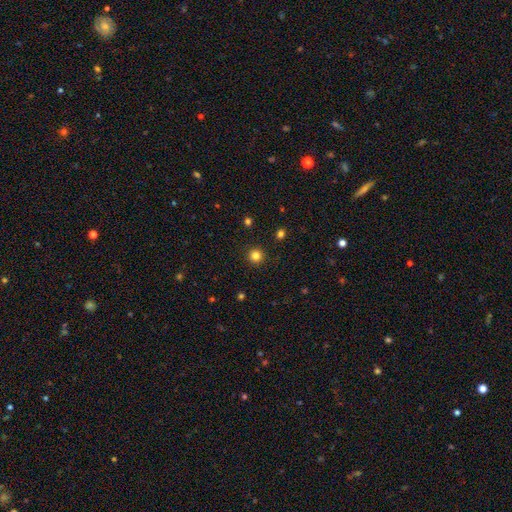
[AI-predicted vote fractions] Smooth or featured?
  - smooth: 82% *
  - star or artifact: 14%
  - featured or disk: 4%
How rounded?
  - round: 95% *
  - in between: 4%
  - cigar-shaped: 1%
Merging?
  - none: 93% *
  - minor disturbance: 4%
  - major disturbance: 2%
  - merger: 1%